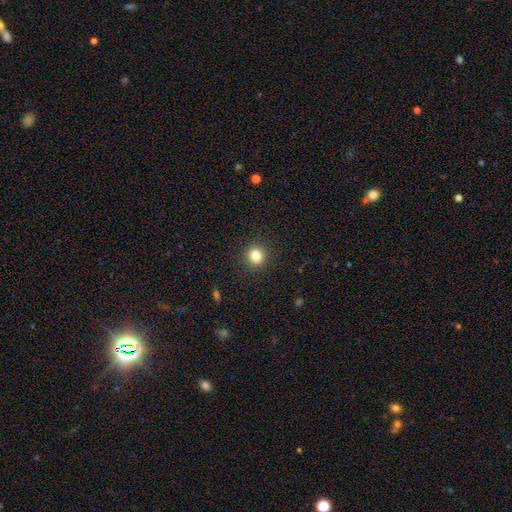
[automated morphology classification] Smooth or featured?
  - smooth: 83% *
  - star or artifact: 12%
  - featured or disk: 6%
How rounded?
  - round: 87% *
  - in between: 12%
  - cigar-shaped: 1%
Merging?
  - none: 91% *
  - minor disturbance: 6%
  - major disturbance: 2%
  - merger: 1%